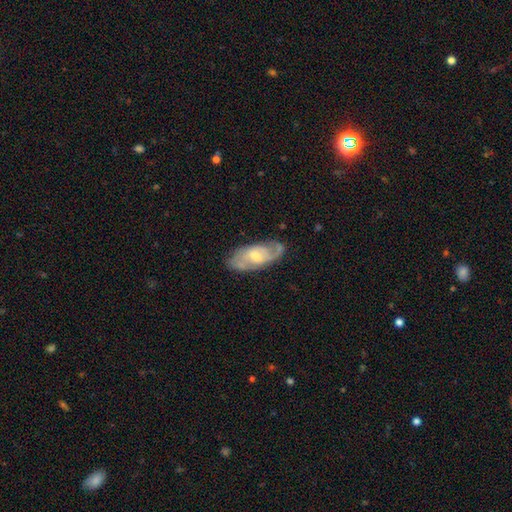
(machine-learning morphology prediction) Q: Smooth or featured?
A: featured or disk (77%); runner-up: smooth (17%)
Q: Edge-on disk?
A: no (92%); runner-up: yes (8%)
Q: Bar?
A: weak (50%); runner-up: no (41%)
Q: Spiral arms?
A: yes (91%); runner-up: no (9%)
Q: Spiral winding?
A: medium (45%); runner-up: tight (39%)
Q: Spiral arm count?
A: 2 (62%); runner-up: can't tell (21%)
Q: Bulge size?
A: moderate (52%); runner-up: small (41%)
Q: Merging?
A: none (75%); runner-up: minor disturbance (18%)